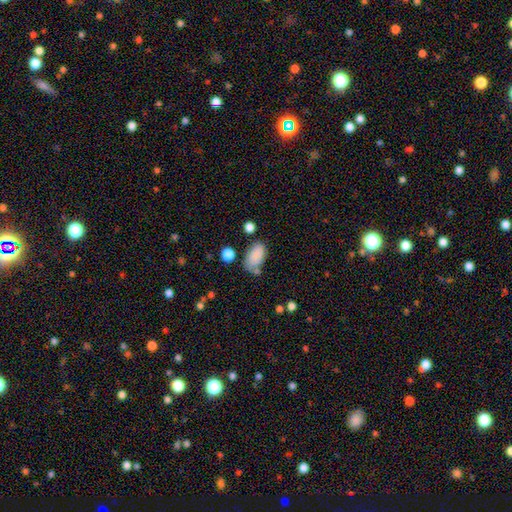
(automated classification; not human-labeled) The model was most divided on "merging": none: 60%, minor disturbance: 23%, merger: 10%, major disturbance: 7%. More confident: how rounded — in between (93%); smooth or featured — smooth (85%).